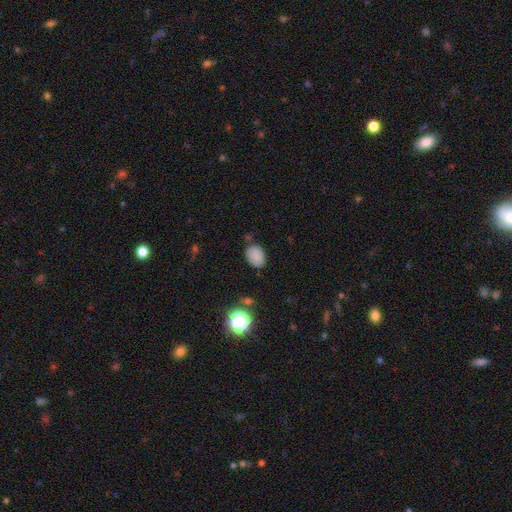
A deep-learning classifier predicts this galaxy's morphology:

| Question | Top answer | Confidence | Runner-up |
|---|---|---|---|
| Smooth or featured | smooth | 82% | star or artifact (13%) |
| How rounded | in between | 74% | round (25%) |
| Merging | none | 76% | minor disturbance (16%) |